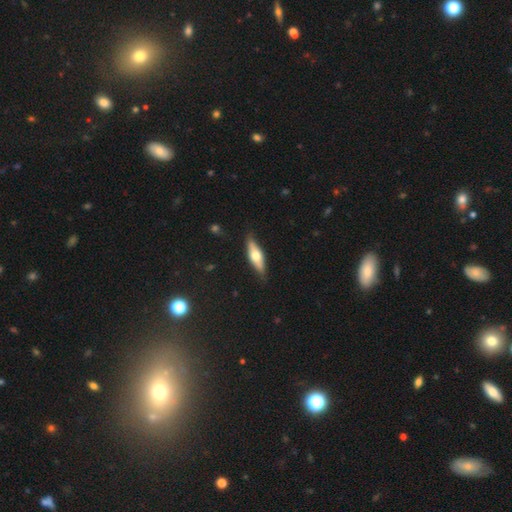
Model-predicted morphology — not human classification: Smooth or featured? featured or disk (49%)
Merging? none (83%)